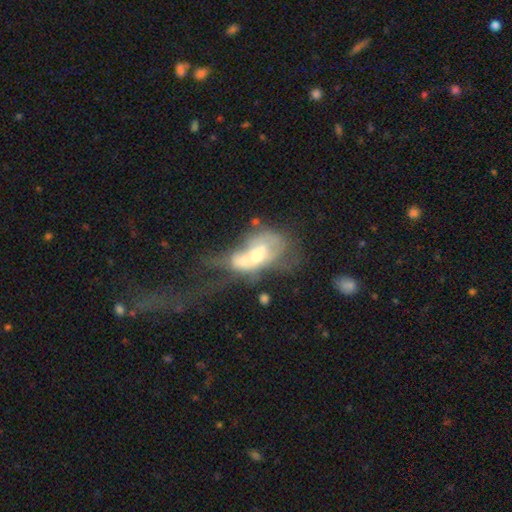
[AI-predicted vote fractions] A featured or disk galaxy (57%) with no bar (74%), no spiral arms (72%) and a moderate central bulge (63%). Merging: major disturbance (43%).